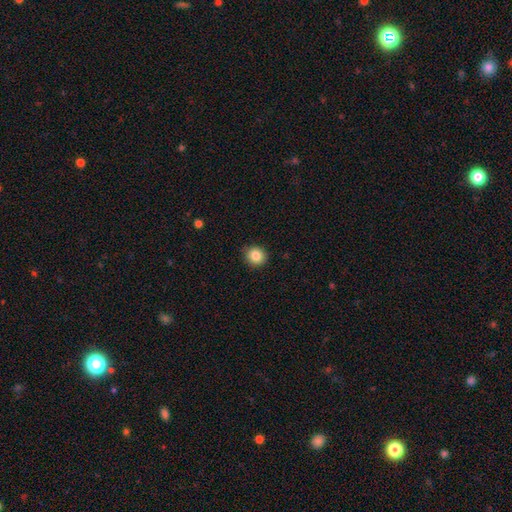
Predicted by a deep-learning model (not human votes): This appears to be a smooth galaxy with no disk features (85%) that is round (87%). Merging: none (89%).